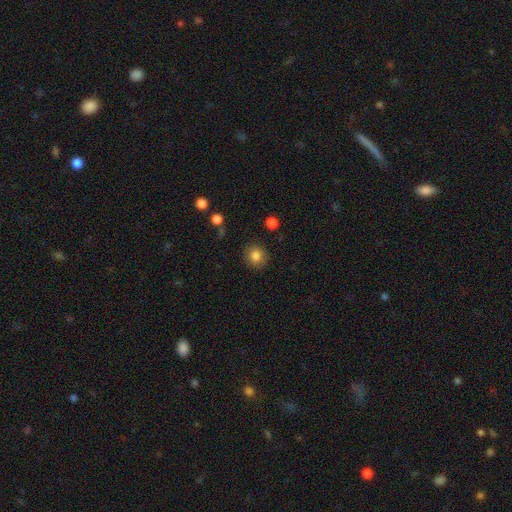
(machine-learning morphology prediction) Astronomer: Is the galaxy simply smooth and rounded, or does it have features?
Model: smooth — 84%.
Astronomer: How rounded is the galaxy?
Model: round — 85%.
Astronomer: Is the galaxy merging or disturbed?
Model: none — 88%.